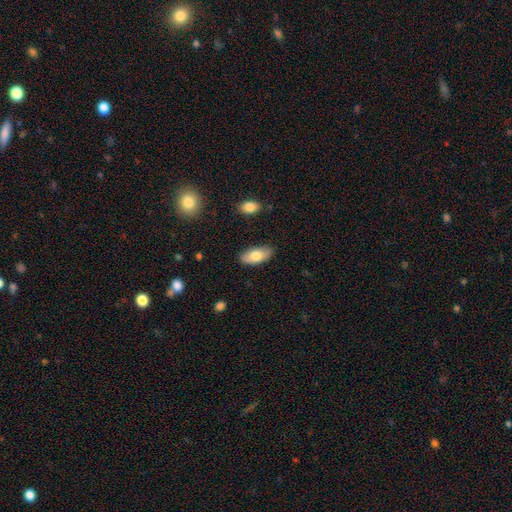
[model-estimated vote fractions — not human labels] smooth-or-featured: smooth: 79% | featured or disk: 15% | star or artifact: 6%
  how-rounded: in between: 90% | cigar-shaped: 8% | round: 2%
  merging: none: 86% | minor disturbance: 10% | major disturbance: 2% | merger: 1%